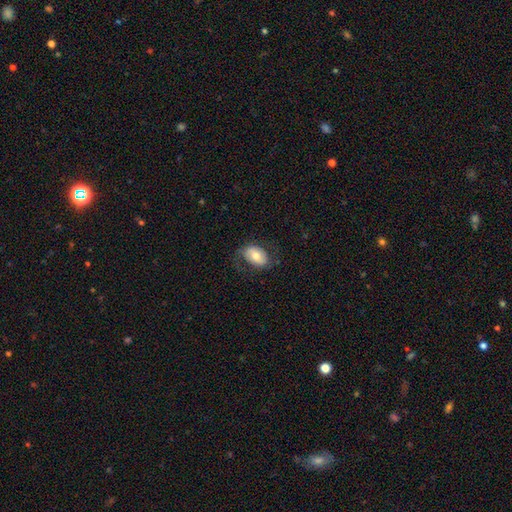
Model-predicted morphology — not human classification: This is likely a smooth galaxy (61%). How rounded: clearly in between (84%). Merging: likely none (69%).